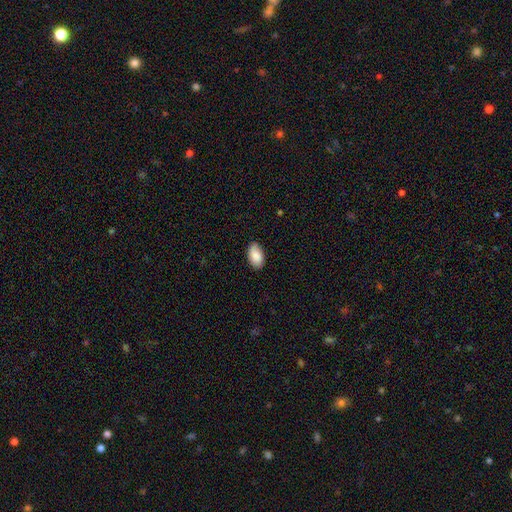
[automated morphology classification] A smooth galaxy with no disk features (87%) that is in between round and cigar-shaped (94%).

Vote fractions:
- Smooth or featured? smooth: 87% / featured or disk: 7% / star or artifact: 6%
- How rounded? in between: 94% / round: 5% / cigar-shaped: 1%
- Merging? none: 83% / minor disturbance: 14% / major disturbance: 2% / merger: 1%